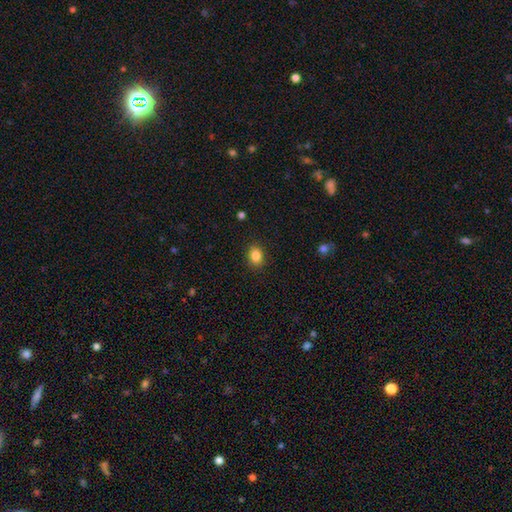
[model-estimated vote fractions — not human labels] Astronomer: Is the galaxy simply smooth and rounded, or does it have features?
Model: smooth — 85%.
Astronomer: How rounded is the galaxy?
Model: in between — 61% (runner-up: round, 38%).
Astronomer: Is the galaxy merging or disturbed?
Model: none — 89%.